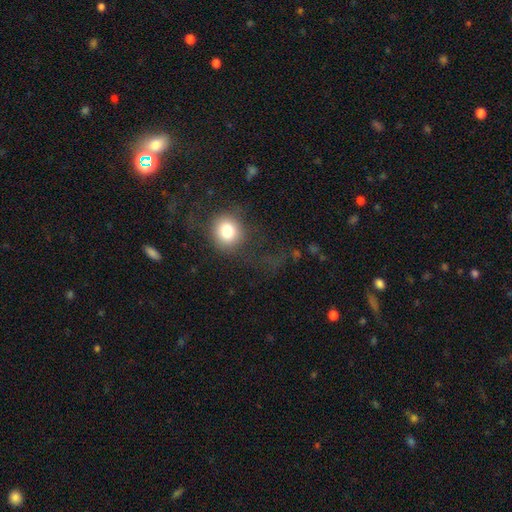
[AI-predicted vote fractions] The model was most divided on "merging": none: 57%, major disturbance: 22%, minor disturbance: 16%, merger: 5%. More confident: how rounded — round (88%); smooth or featured — smooth (62%).